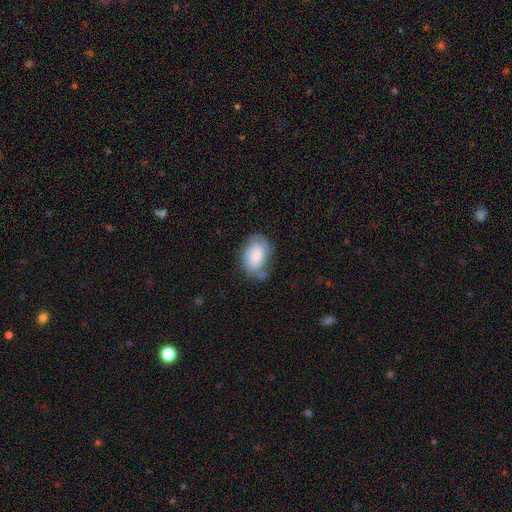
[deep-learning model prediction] smooth-or-featured: smooth: 71% | featured or disk: 22% | star or artifact: 7%
  how-rounded: in between: 87% | round: 12% | cigar-shaped: 1%
  merging: none: 47% | minor disturbance: 32% | major disturbance: 13% | merger: 9%